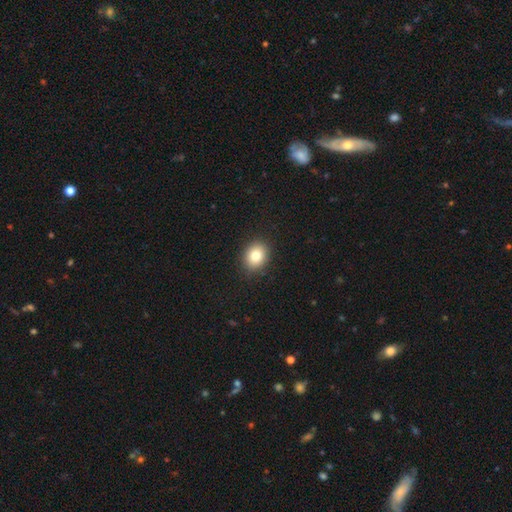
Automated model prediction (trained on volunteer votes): This is clearly a smooth galaxy (81%). How rounded: possibly round (56%). Merging: clearly none (90%).